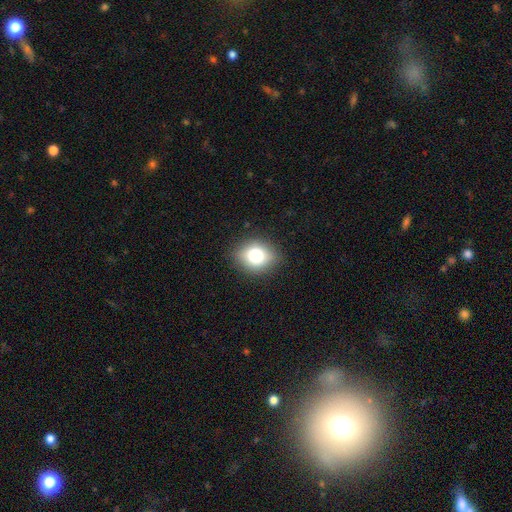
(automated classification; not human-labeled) Q: Smooth or featured?
A: smooth (78%); runner-up: featured or disk (11%)
Q: How rounded?
A: in between (51%); runner-up: round (48%)
Q: Merging?
A: none (86%); runner-up: minor disturbance (10%)